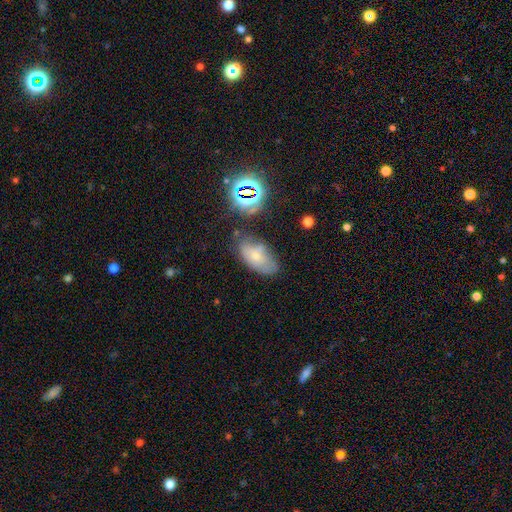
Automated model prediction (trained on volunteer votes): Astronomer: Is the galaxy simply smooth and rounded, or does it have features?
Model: smooth — 58%.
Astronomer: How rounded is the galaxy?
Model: in between — 92%.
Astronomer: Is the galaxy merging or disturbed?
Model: none — 56%.